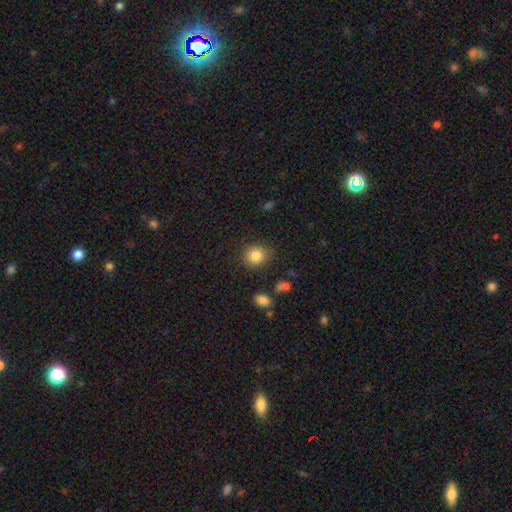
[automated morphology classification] Smooth or featured: smooth — 84% (star or artifact — 10%)
How rounded: round — 78% (in between — 21%)
Merging: none — 83% (minor disturbance — 12%)